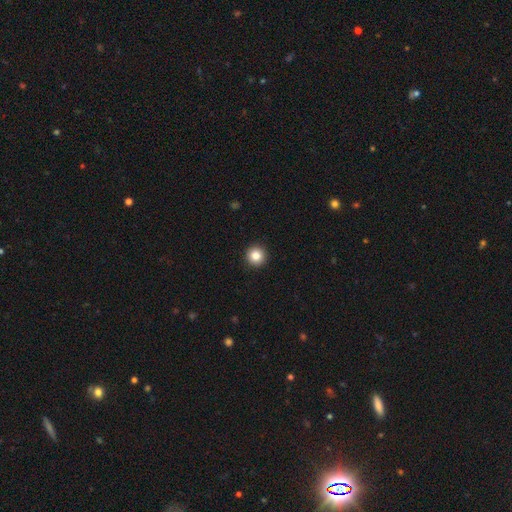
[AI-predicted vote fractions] smooth-or-featured: smooth: 85% | star or artifact: 10% | featured or disk: 5%
  how-rounded: round: 96% | in between: 3% | cigar-shaped: 1%
  merging: none: 94% | minor disturbance: 4% | major disturbance: 1% | merger: 1%